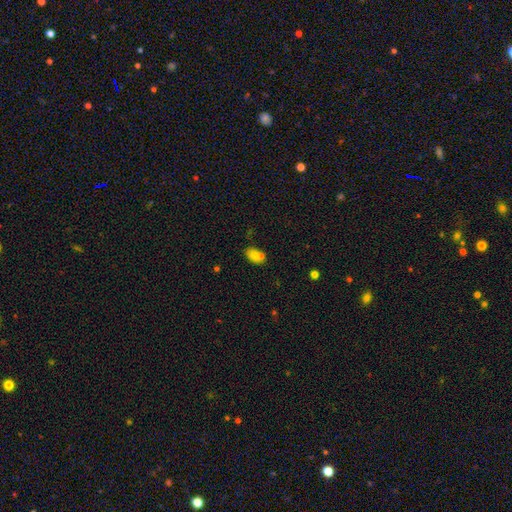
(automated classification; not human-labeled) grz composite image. It shows a smooth galaxy with no disk features (78%) that is in between round and cigar-shaped (87%). Merging: none (59%).